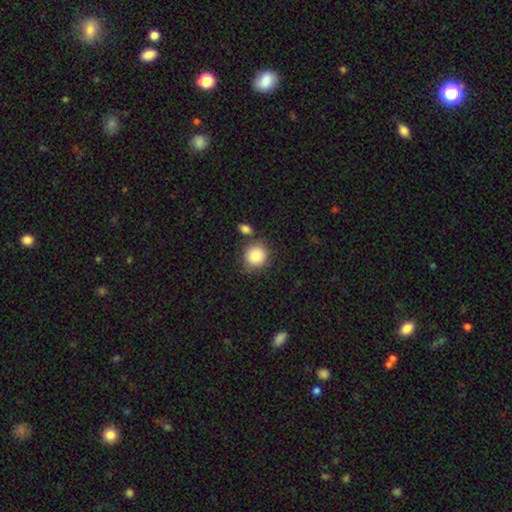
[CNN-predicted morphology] The model was most divided on "merging": none: 72%, minor disturbance: 12%, merger: 12%, major disturbance: 4%. More confident: how rounded — round (86%); smooth or featured — smooth (86%).